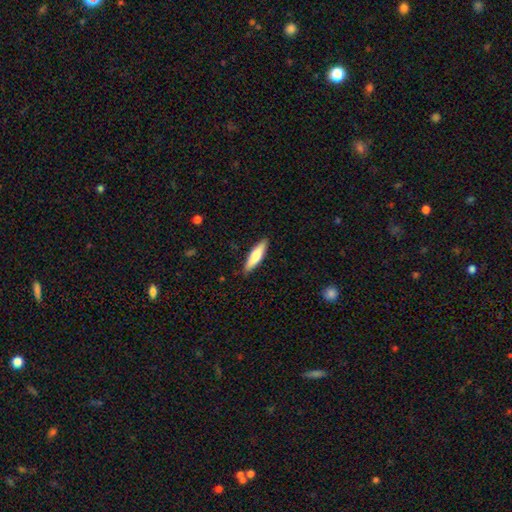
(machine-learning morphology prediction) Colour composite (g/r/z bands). It shows a smooth galaxy with no disk features (67%) that is cigar-shaped (69%). Merging: none (88%).